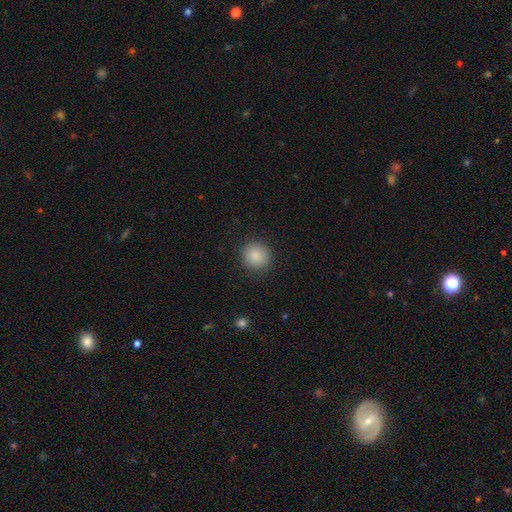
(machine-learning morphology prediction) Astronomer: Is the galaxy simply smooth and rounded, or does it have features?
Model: smooth — 87%.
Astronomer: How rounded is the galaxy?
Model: round — 91%.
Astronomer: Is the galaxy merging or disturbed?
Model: none — 89%.